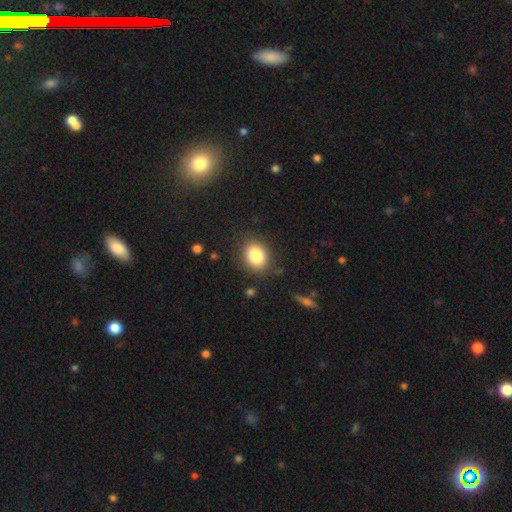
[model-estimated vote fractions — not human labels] Morphology: type=smooth (85%); roundness=round (57%); merging=none (86%).